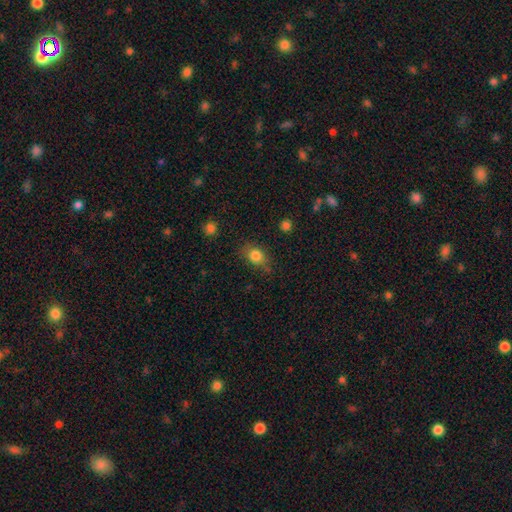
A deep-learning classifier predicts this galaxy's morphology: Q: Smooth or featured?
A: smooth (82%); runner-up: star or artifact (10%)
Q: How rounded?
A: in between (51%); runner-up: round (47%)
Q: Merging?
A: none (69%); runner-up: minor disturbance (22%)